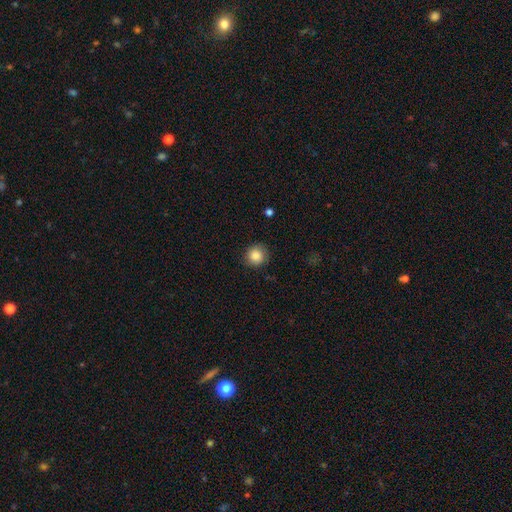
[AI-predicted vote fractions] The model was most divided on "merging": none: 85%, minor disturbance: 11%, major disturbance: 3%, merger: 1%. More confident: how rounded — round (90%); smooth or featured — smooth (86%).